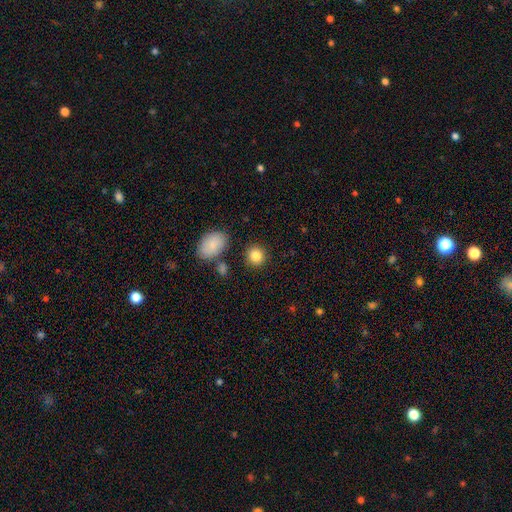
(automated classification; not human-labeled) smooth-or-featured: smooth: 85% | star or artifact: 9% | featured or disk: 6%
  how-rounded: round: 83% | in between: 15% | cigar-shaped: 1%
  merging: none: 86% | minor disturbance: 8% | merger: 4% | major disturbance: 3%